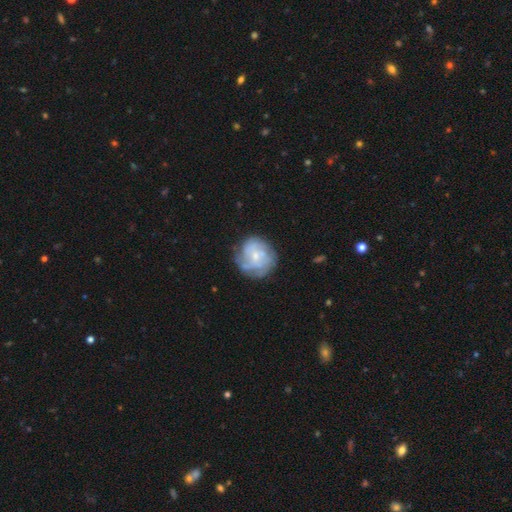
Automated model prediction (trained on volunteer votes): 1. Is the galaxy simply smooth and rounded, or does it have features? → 63% featured or disk, 29% smooth, 8% star or artifact.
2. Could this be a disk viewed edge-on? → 98% no, 2% yes.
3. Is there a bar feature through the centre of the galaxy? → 72% no, 24% weak, 3% strong.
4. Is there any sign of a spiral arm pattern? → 72% yes, 28% no.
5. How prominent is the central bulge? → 65% small, 28% moderate, 4% none, 2% large, 1% dominant.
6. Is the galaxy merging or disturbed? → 69% none, 19% minor disturbance, 9% major disturbance, 3% merger.